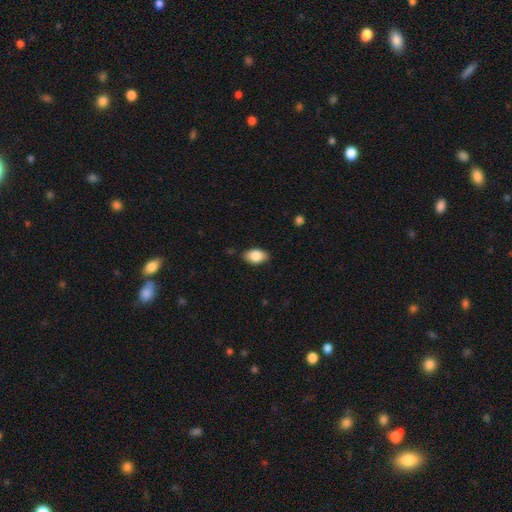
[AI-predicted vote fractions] smooth-or-featured: smooth: 85% | featured or disk: 8% | star or artifact: 7%
  how-rounded: in between: 91% | round: 7% | cigar-shaped: 2%
  merging: none: 84% | minor disturbance: 12% | major disturbance: 2% | merger: 1%